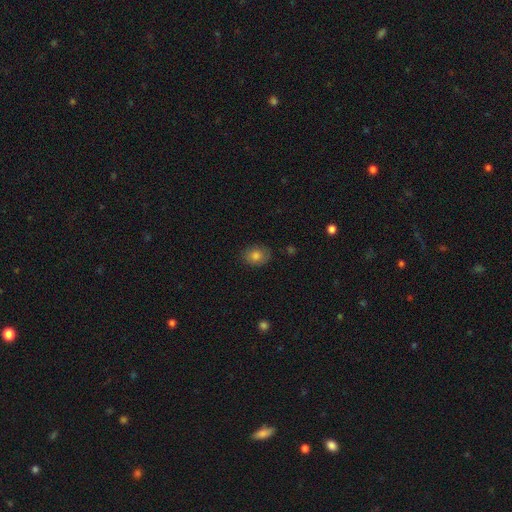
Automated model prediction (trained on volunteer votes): The model was most divided on "how rounded": in between: 56%, round: 43%, cigar-shaped: 1%. More confident: merging — none (83%); smooth or featured — smooth (80%).